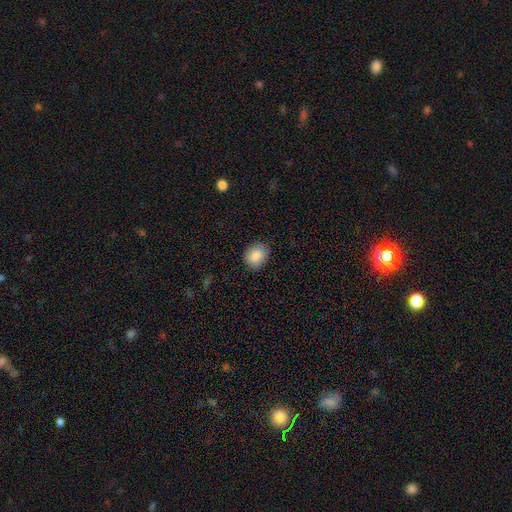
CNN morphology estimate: smooth-or-featured: smooth: 87% | star or artifact: 8% | featured or disk: 5%
  how-rounded: round: 55% | in between: 44% | cigar-shaped: 1%
  merging: none: 86% | minor disturbance: 11% | major disturbance: 2% | merger: 1%